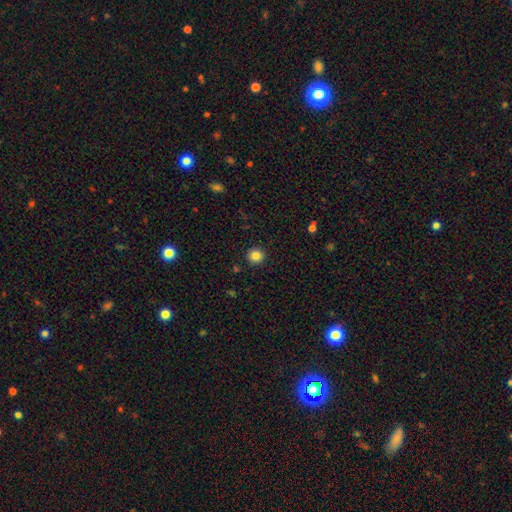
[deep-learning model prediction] This is clearly a smooth galaxy (84%). How rounded: clearly round (95%). Merging: clearly none (93%).